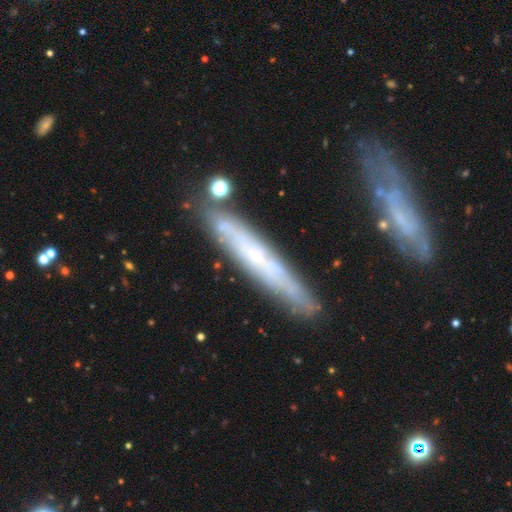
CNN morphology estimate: Smooth or featured?
  - featured or disk: 60% *
  - smooth: 33%
  - star or artifact: 8%
Edge-on disk?
  - yes: 71% *
  - no: 29%
Merging?
  - none: 78% *
  - minor disturbance: 14%
  - merger: 5%
  - major disturbance: 3%